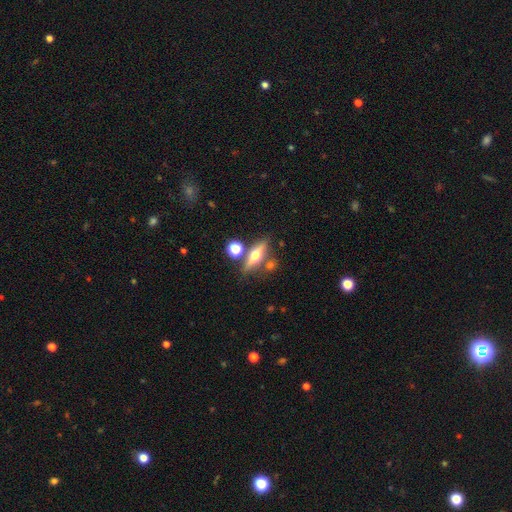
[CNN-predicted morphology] A featured or disk galaxy (59%) viewed edge-on (90%) with a rounded central bulge (95%). Merging: none (72%).